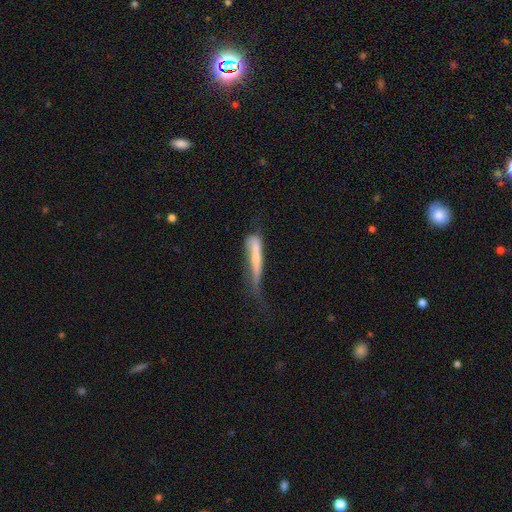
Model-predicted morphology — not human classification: Smooth or featured?
  - smooth: 51% *
  - featured or disk: 42%
  - star or artifact: 7%
How rounded?
  - cigar-shaped: 91% *
  - in between: 7%
  - round: 2%
Merging?
  - major disturbance: 35% *
  - minor disturbance: 31%
  - none: 28%
  - merger: 5%